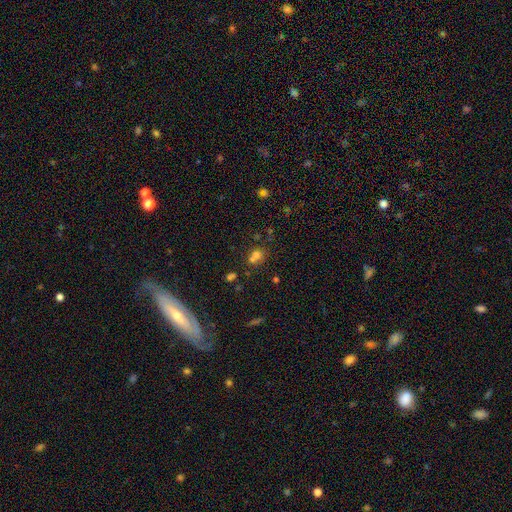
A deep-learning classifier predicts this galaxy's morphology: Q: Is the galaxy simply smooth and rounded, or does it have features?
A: smooth — 64%.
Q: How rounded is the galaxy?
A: round — 76%.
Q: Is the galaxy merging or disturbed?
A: merger — 47%.